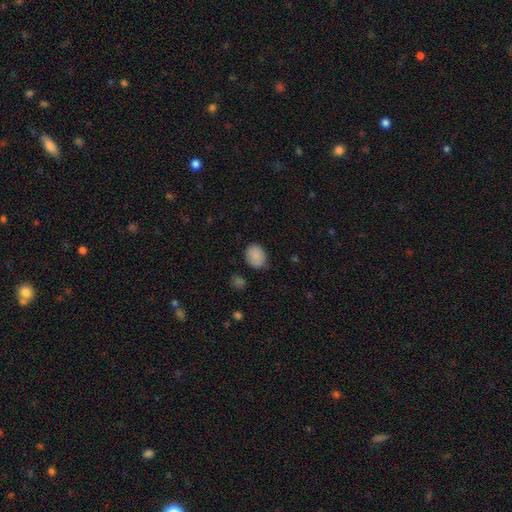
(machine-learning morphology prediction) This is clearly a smooth galaxy (87%). How rounded: possibly in between (60%). Merging: likely none (79%).